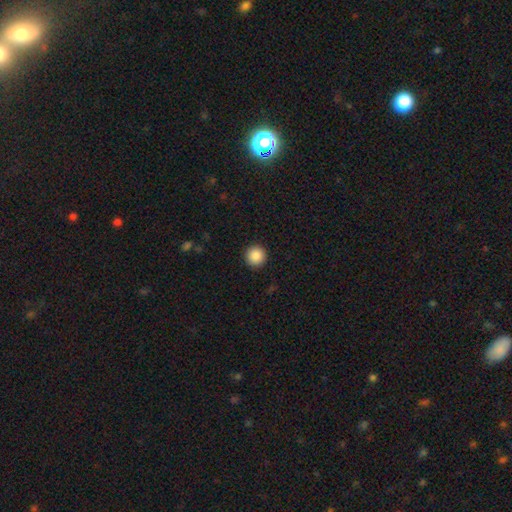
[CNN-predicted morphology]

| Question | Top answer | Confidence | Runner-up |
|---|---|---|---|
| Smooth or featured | smooth | 87% | star or artifact (9%) |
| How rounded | round | 96% | in between (3%) |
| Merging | none | 93% | minor disturbance (4%) |